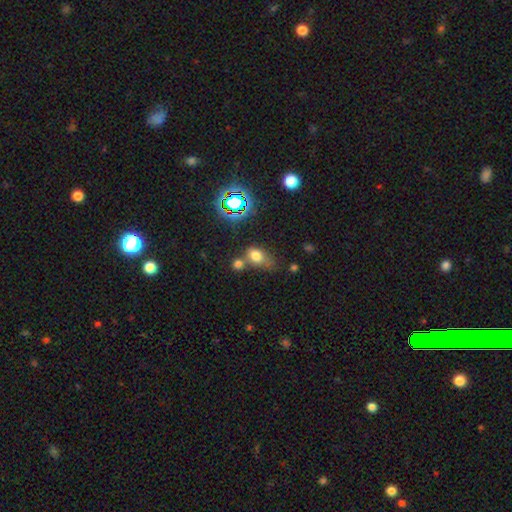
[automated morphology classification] Smooth or featured? Predicted: smooth (p=0.68). How rounded? Predicted: in between (p=0.70). Merging? Predicted: none (p=0.38).